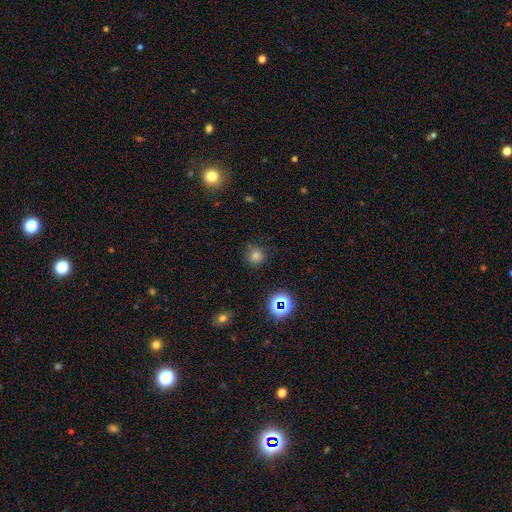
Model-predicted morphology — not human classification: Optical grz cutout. It shows a smooth galaxy with no disk features (73%) that is round (92%). Merging: none (83%).